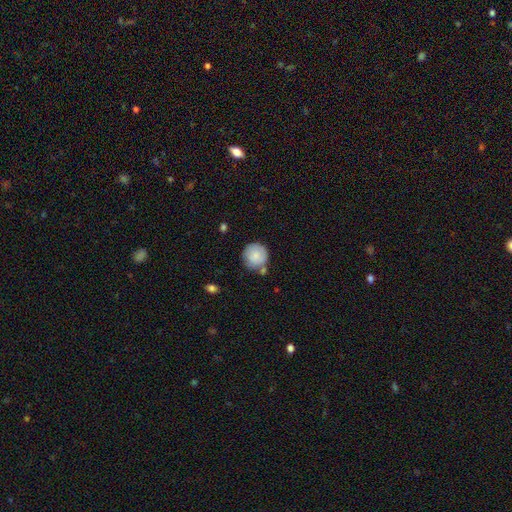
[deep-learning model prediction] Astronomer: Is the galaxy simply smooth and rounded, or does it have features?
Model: smooth — 83%.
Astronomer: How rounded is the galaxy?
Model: round — 94%.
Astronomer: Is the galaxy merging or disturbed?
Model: none — 68%.